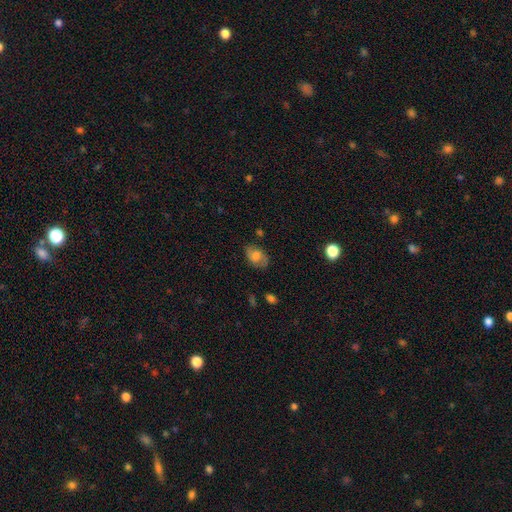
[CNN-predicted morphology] This appears to be a smooth galaxy with no disk features (51%) that is in between round and cigar-shaped (78%). Merging: none (74%).